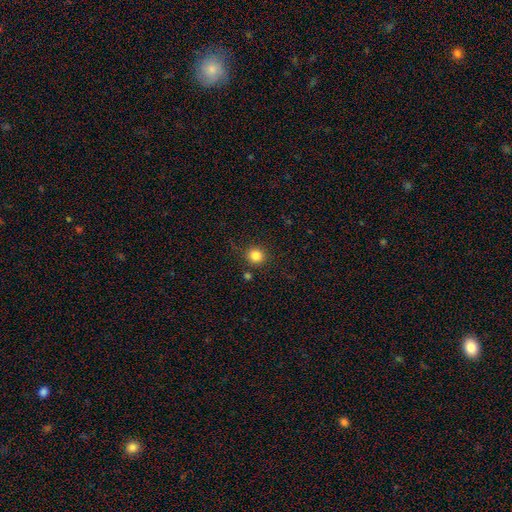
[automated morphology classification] smooth-or-featured: smooth: 84% | star or artifact: 12% | featured or disk: 5%
  how-rounded: round: 91% | in between: 8% | cigar-shaped: 1%
  merging: none: 86% | minor disturbance: 8% | merger: 4% | major disturbance: 3%